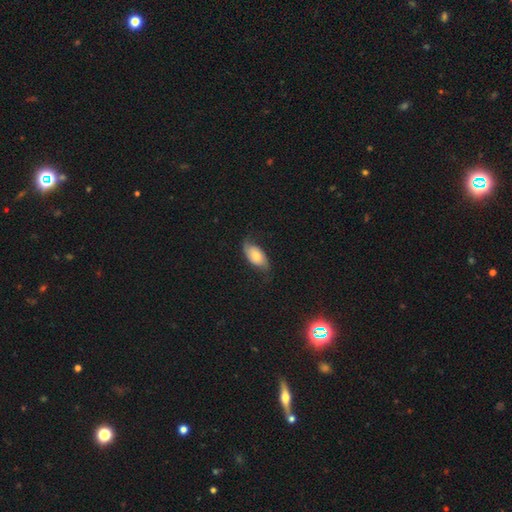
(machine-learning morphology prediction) A smooth galaxy with no disk features (47%).

Vote fractions:
- Smooth or featured? smooth: 47% / featured or disk: 46% / star or artifact: 7%
- Merging? none: 64% / minor disturbance: 24% / major disturbance: 11% / merger: 1%